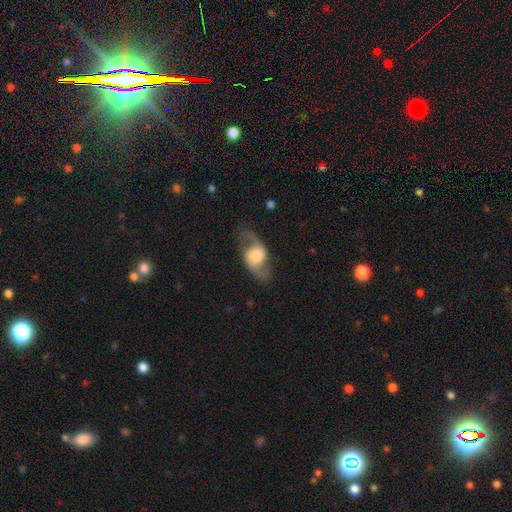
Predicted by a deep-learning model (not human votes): The model was most divided on "spiral winding": loose: 57%, medium: 35%, tight: 8%. Remaining: spiral arm count — 2 (93%); edge-on disk — no (91%); spiral arms — yes (88%); merging — none (77%); smooth or featured — featured or disk (76%); bar — no (57%); bulge size — large (47%).